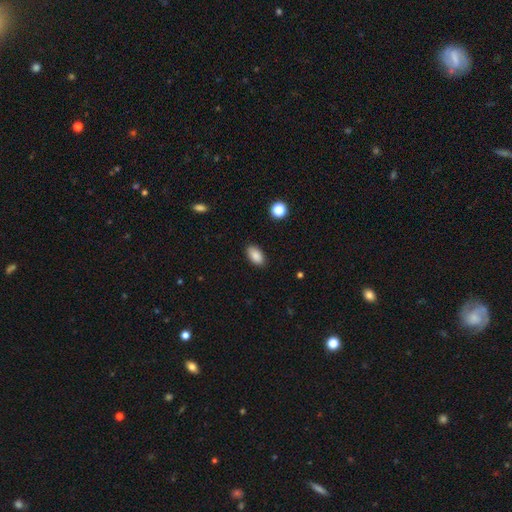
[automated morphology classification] Smooth or featured: smooth — 88% (star or artifact — 8%)
How rounded: in between — 93% (round — 4%)
Merging: none — 88% (minor disturbance — 9%)